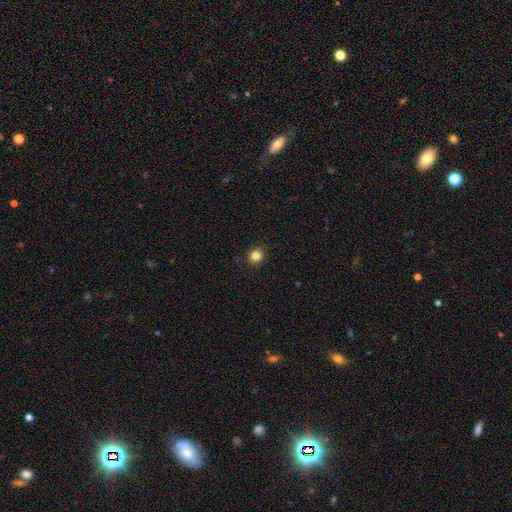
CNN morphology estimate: Smooth or featured?
  - smooth: 83% *
  - star or artifact: 13%
  - featured or disk: 4%
How rounded?
  - round: 88% *
  - in between: 11%
  - cigar-shaped: 1%
Merging?
  - none: 91% *
  - minor disturbance: 6%
  - major disturbance: 2%
  - merger: 1%